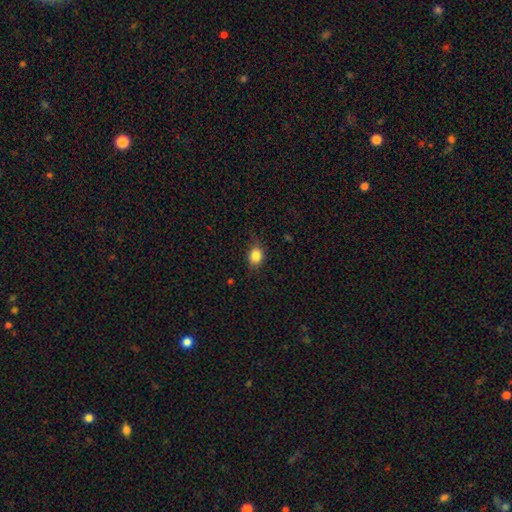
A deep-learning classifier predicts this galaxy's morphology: smooth_or_featured: smooth (p=0.83) [alt: star or artifact p=0.10]
how_rounded: round (p=0.50) [alt: in between p=0.48]
merging: none (p=0.75) [alt: minor disturbance p=0.19]